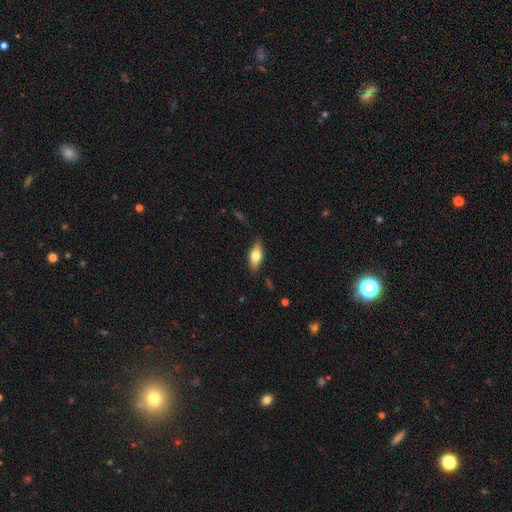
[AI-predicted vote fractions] This appears to be a smooth galaxy with no disk features (64%) that is in between round and cigar-shaped (77%). Merging: none (83%).